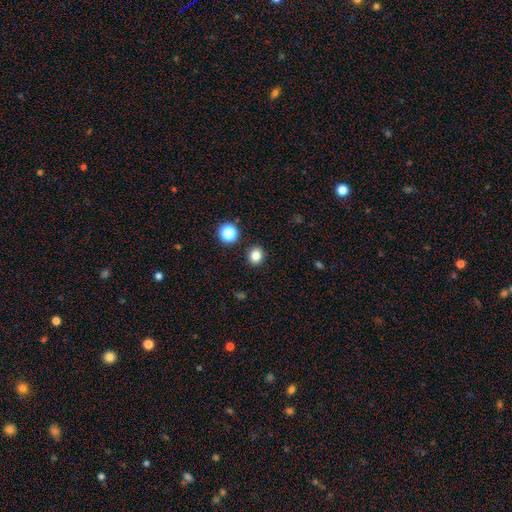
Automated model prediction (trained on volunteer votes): Smooth or featured: smooth — 82% (star or artifact — 13%)
How rounded: round — 82% (in between — 17%)
Merging: none — 90% (minor disturbance — 6%)